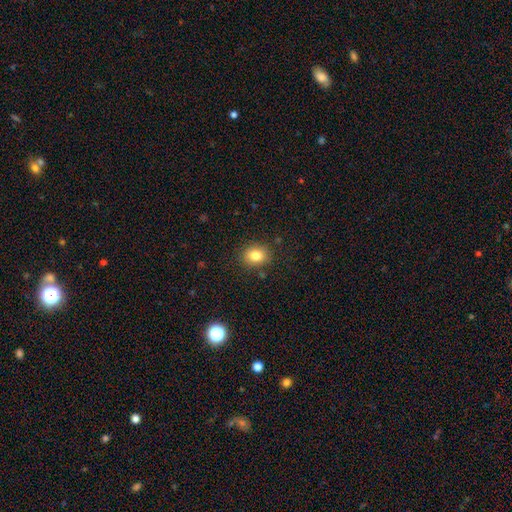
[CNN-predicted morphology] Q: Smooth or featured?
A: smooth (81%); runner-up: star or artifact (11%)
Q: How rounded?
A: round (61%); runner-up: in between (38%)
Q: Merging?
A: none (86%); runner-up: minor disturbance (9%)